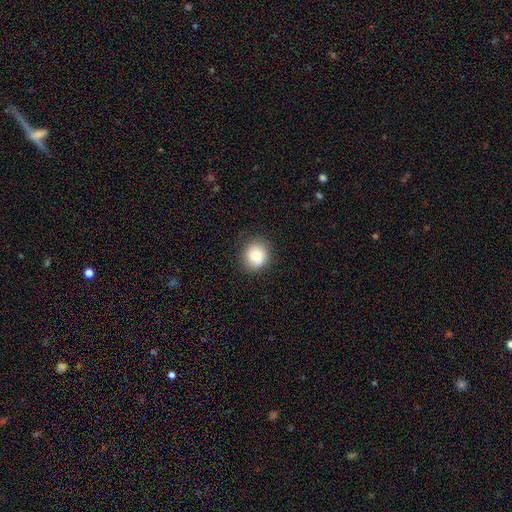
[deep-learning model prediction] Smooth or featured? Predicted: smooth (p=0.81). How rounded? Predicted: round (p=0.86). Merging? Predicted: none (p=0.87).